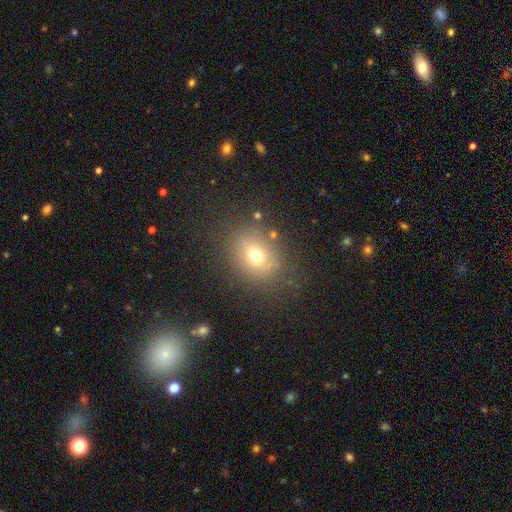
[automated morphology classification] smooth_or_featured: smooth (p=0.69) [alt: star or artifact p=0.17]
how_rounded: round (p=0.55) [alt: in between p=0.44]
merging: none (p=0.78) [alt: minor disturbance p=0.13]